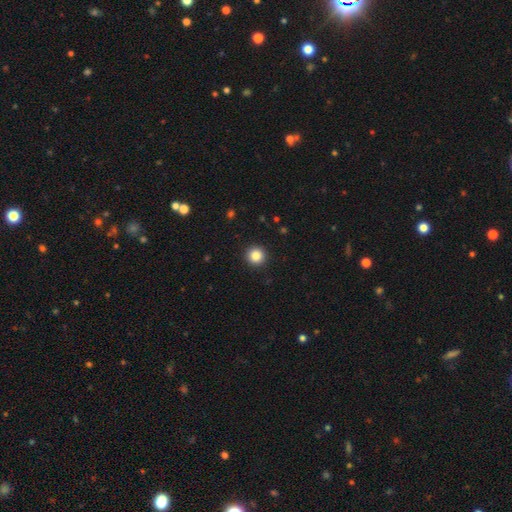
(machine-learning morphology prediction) smooth 85%, star or artifact 10%, featured or disk 5%. Down the decision tree: how rounded — round (95%); merging — none (93%).